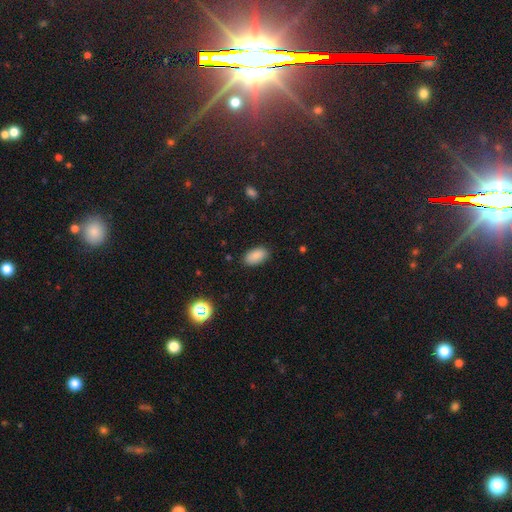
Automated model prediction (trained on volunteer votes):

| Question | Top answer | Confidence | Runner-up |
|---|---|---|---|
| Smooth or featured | smooth | 88% | star or artifact (8%) |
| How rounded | in between | 94% | round (4%) |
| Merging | none | 88% | minor disturbance (9%) |